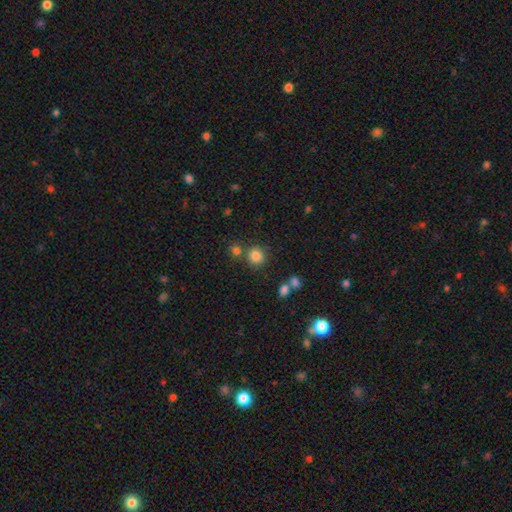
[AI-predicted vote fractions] Smooth or featured? smooth (82%)
How rounded? round (88%)
Merging? none (72%)